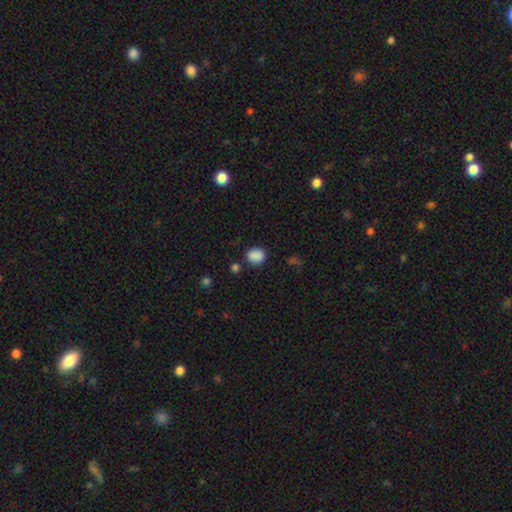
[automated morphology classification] Smooth or featured? smooth (86%)
How rounded? round (60%)
Merging? none (77%)